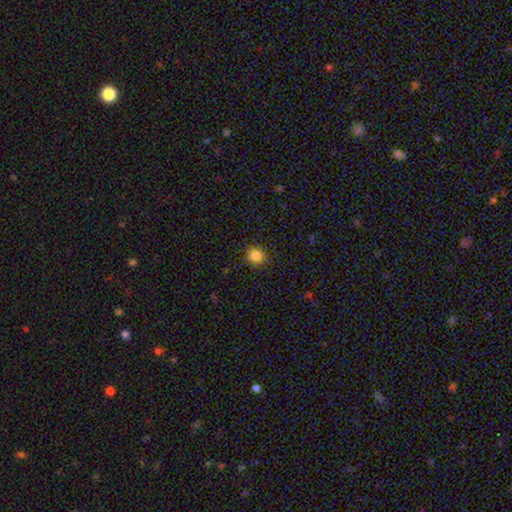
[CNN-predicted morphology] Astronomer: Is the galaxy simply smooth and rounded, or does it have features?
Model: smooth — 83%.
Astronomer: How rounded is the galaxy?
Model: round — 90%.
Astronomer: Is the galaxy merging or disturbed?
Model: none — 89%.